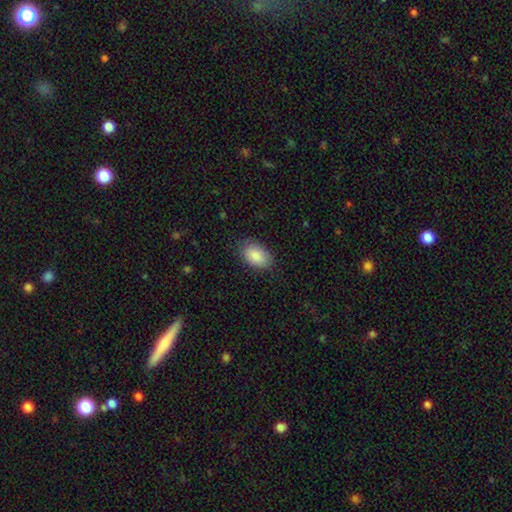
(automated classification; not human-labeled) A smooth galaxy with no disk features (88%) that is in between round and cigar-shaped (91%). Merging: none (82%).